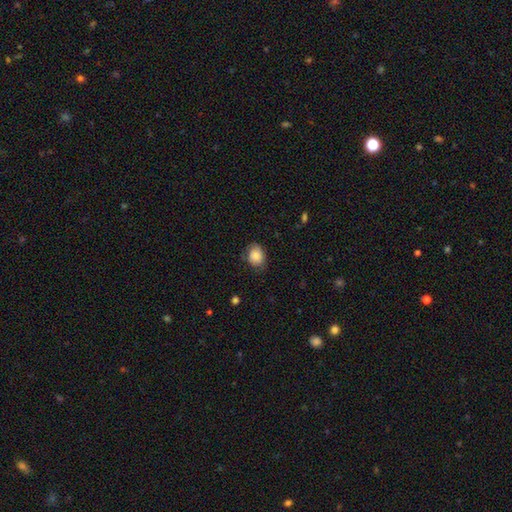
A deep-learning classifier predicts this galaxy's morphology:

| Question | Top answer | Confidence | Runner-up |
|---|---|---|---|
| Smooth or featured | smooth | 85% | star or artifact (8%) |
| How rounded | in between | 62% | round (37%) |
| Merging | none | 71% | minor disturbance (23%) |